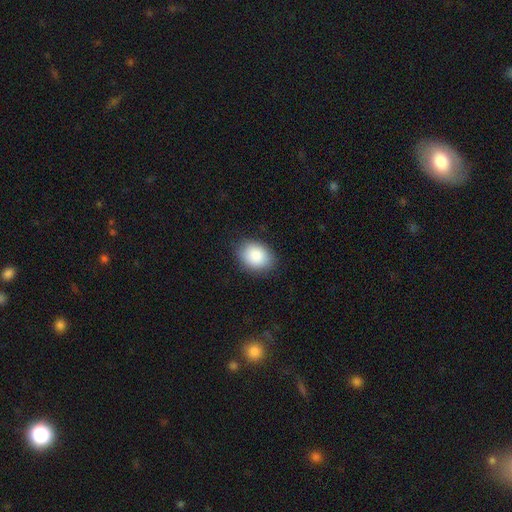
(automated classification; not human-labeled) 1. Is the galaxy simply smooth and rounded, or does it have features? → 87% smooth, 7% star or artifact, 6% featured or disk.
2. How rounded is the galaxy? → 69% in between, 30% round, 1% cigar-shaped.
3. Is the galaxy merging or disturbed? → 85% none, 11% minor disturbance, 3% major disturbance, 1% merger.